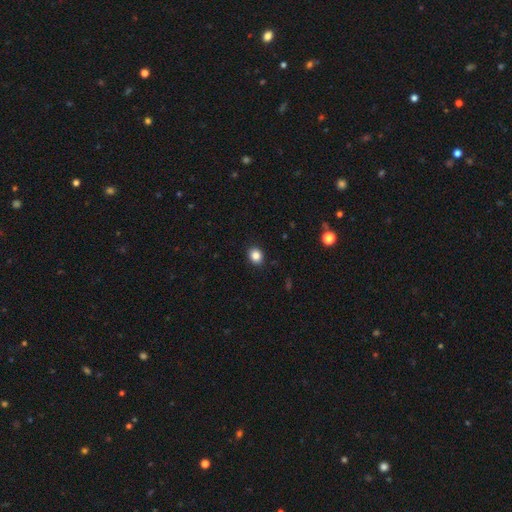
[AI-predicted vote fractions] smooth-or-featured: smooth: 85% | star or artifact: 10% | featured or disk: 4%
  how-rounded: round: 66% | in between: 33% | cigar-shaped: 1%
  merging: none: 91% | minor disturbance: 6% | major disturbance: 2% | merger: 1%